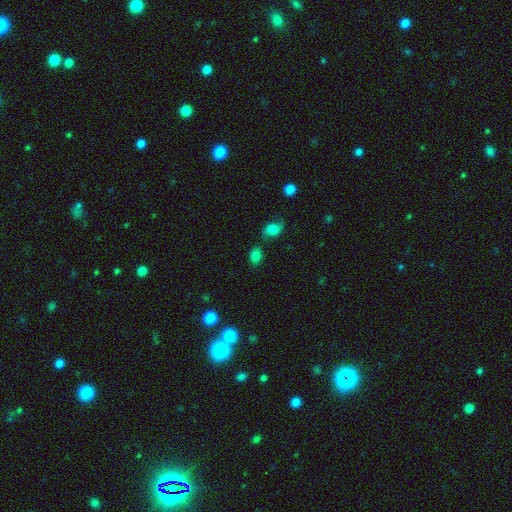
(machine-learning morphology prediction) Smooth or featured?
  - smooth: 79% *
  - star or artifact: 13%
  - featured or disk: 8%
How rounded?
  - in between: 75% *
  - round: 24%
  - cigar-shaped: 2%
Merging?
  - none: 65% *
  - minor disturbance: 16%
  - merger: 15%
  - major disturbance: 5%